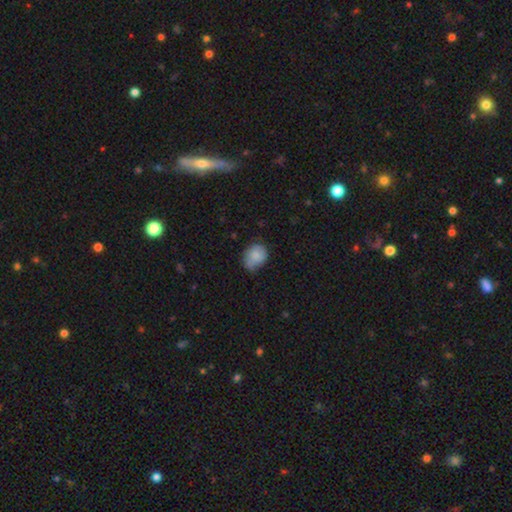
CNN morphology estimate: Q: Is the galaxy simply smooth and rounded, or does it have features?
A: smooth — 80%.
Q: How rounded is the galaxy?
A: in between — 54%.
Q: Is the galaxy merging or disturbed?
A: none — 49%.